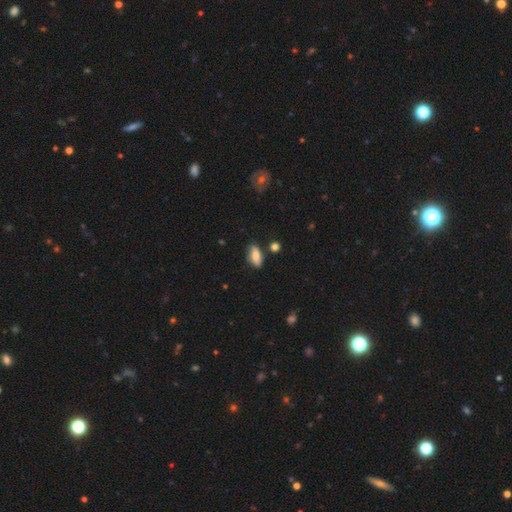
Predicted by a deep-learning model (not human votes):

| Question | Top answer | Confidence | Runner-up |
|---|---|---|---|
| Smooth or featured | smooth | 68% | featured or disk (24%) |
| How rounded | in between | 82% | cigar-shaped (14%) |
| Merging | none | 73% | minor disturbance (19%) |